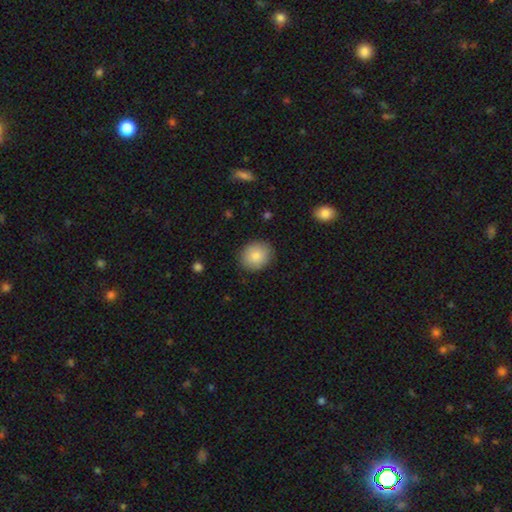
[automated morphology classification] A smooth galaxy with no disk features (83%) that is round (70%).

Vote fractions:
- Smooth or featured? smooth: 83% / featured or disk: 9% / star or artifact: 8%
- How rounded? round: 70% / in between: 29% / cigar-shaped: 1%
- Merging? none: 88% / minor disturbance: 9% / major disturbance: 2% / merger: 1%